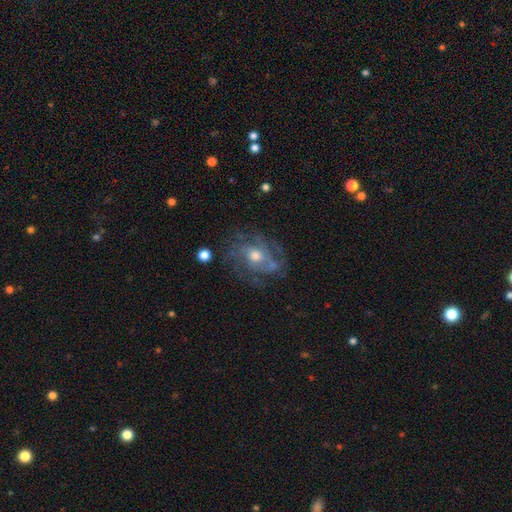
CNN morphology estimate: Smooth or featured? featured or disk (73%)
Edge-on disk? no (96%)
Bar? no (75%)
Spiral arms? yes (75%)
Spiral winding? medium (41%, tied with tight)
Spiral arm count? can't tell (46%)
Bulge size? moderate (68%)
Merging? none (66%)